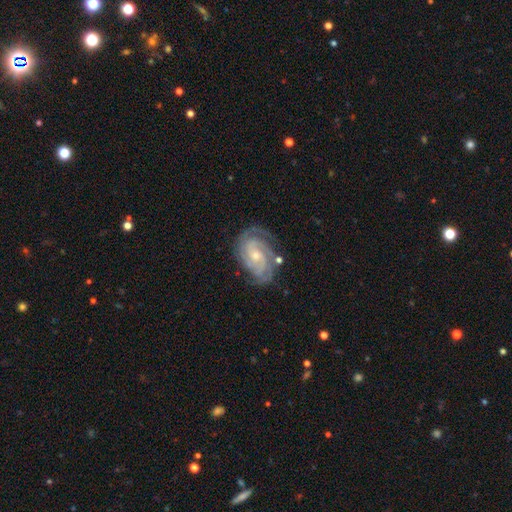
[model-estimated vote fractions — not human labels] The model was most divided on "spiral arm count": 2: 33%, 3: 32%, can't tell: 15%, 4: 11%, more than 4: 5%, 1: 5%. More confident: spiral arms — yes (98%); edge-on disk — no (97%); smooth or featured — featured or disk (89%); merging — none (73%); spiral winding — tight (70%); bulge size — small (60%); bar — no (59%).